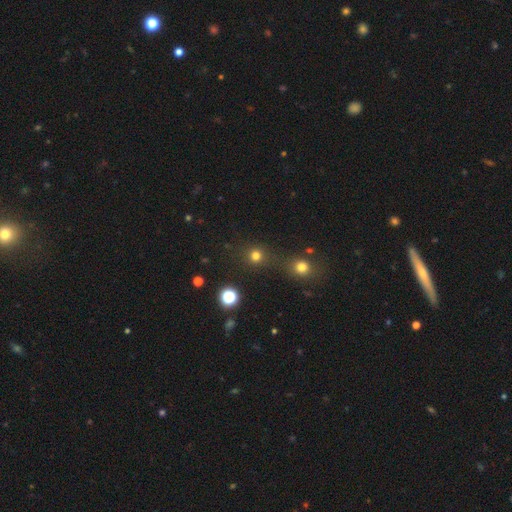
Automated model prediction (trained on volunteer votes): The model was most divided on "smooth or featured": smooth: 75%, star or artifact: 20%, featured or disk: 5%. More confident: how rounded — round (93%); merging — none (76%).